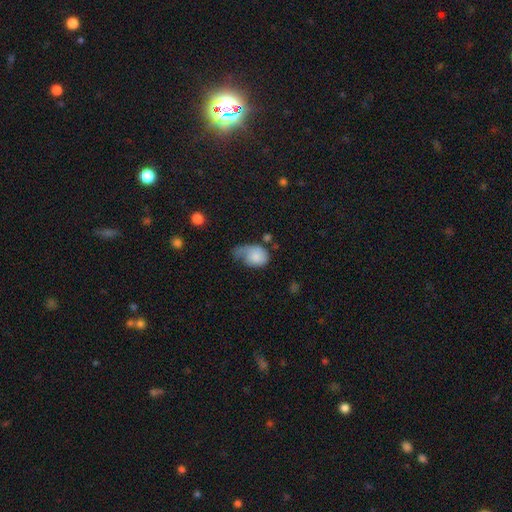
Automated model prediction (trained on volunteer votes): Overall: smooth (67%). How rounded: in between (69%; round 30%). Merging: major disturbance (45%; minor disturbance 30%).